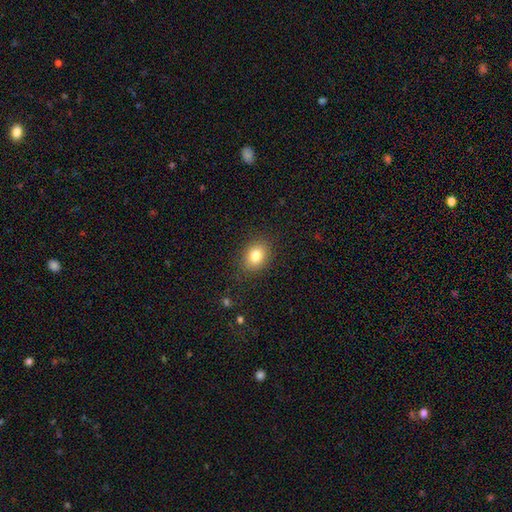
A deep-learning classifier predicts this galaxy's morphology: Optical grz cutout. It shows a smooth galaxy with no disk features (80%) that is in between round and cigar-shaped (54%). Merging: none (86%).